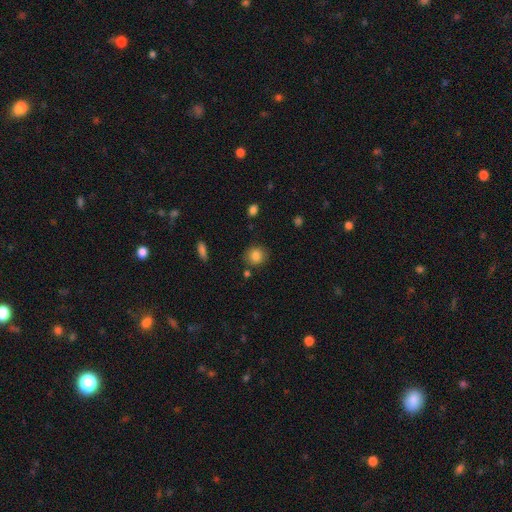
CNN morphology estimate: smooth_or_featured: smooth (p=0.85) [alt: star or artifact p=0.10]
how_rounded: round (p=0.81) [alt: in between p=0.17]
merging: none (p=0.82) [alt: minor disturbance p=0.11]